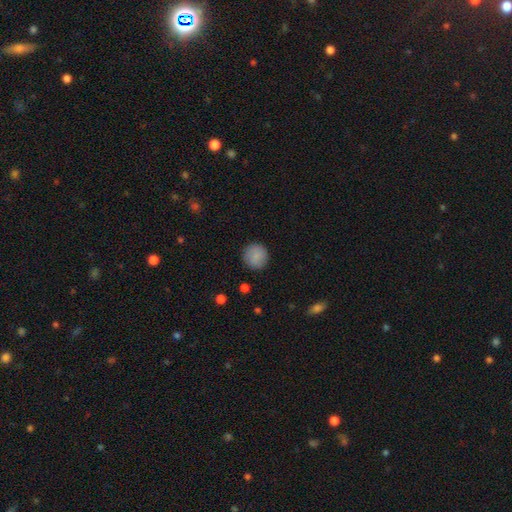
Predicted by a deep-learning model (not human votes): A smooth galaxy with no disk features (88%) that is round (93%).

Vote fractions:
- Smooth or featured? smooth: 88% / star or artifact: 8% / featured or disk: 5%
- How rounded? round: 93% / in between: 6% / cigar-shaped: 1%
- Merging? none: 90% / minor disturbance: 7% / major disturbance: 2% / merger: 1%